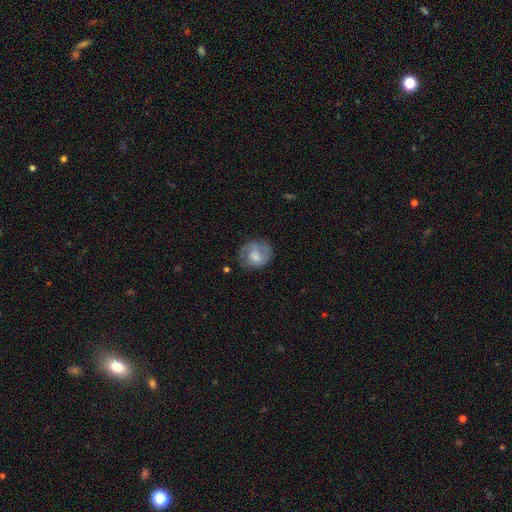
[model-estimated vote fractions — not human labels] Overall: smooth (59%; featured or disk 33%). How rounded: round (67%; in between 32%). Merging: none (61%; minor disturbance 25%).